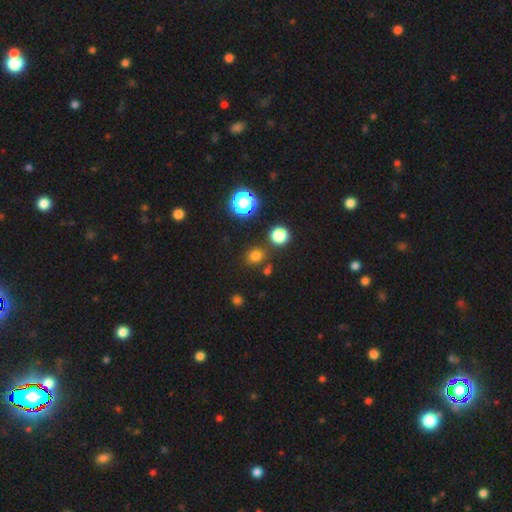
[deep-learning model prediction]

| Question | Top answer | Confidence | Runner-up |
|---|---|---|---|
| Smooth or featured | smooth | 72% | star or artifact (23%) |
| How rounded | round | 81% | in between (18%) |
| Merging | none | 82% | minor disturbance (8%) |